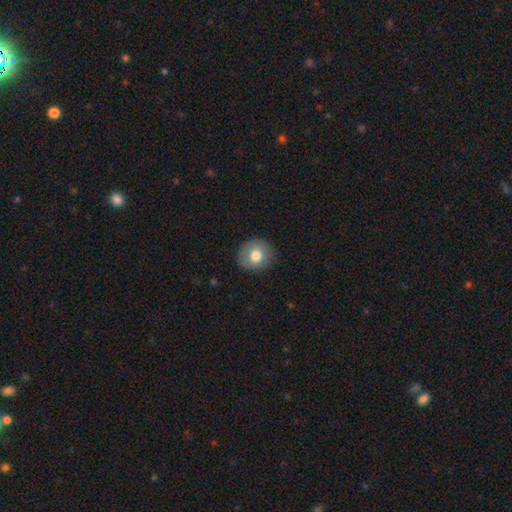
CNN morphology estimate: type=smooth (74%); roundness=round (87%); merging=none (86%).